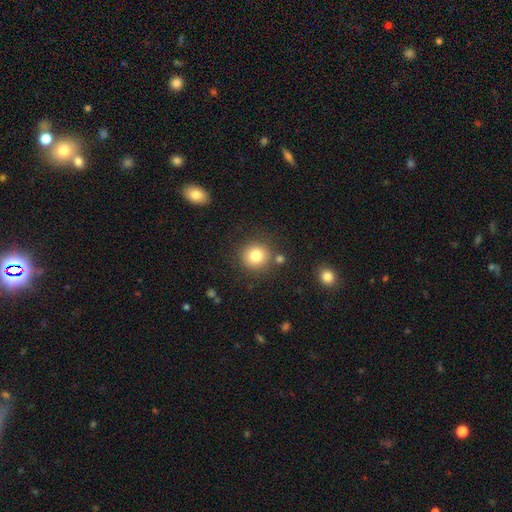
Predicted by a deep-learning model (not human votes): Q: Smooth or featured?
A: smooth (80%); runner-up: star or artifact (11%)
Q: How rounded?
A: round (91%); runner-up: in between (8%)
Q: Merging?
A: none (82%); runner-up: minor disturbance (9%)